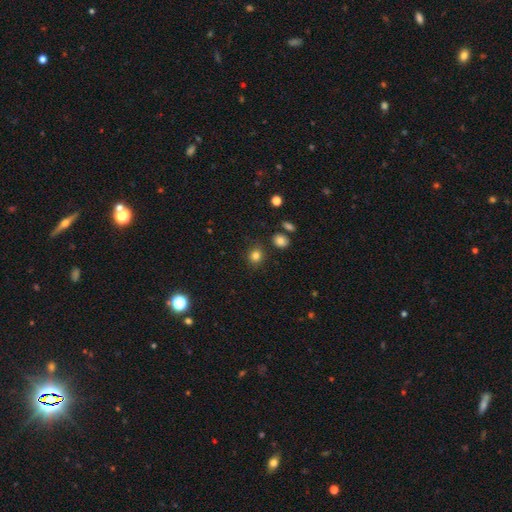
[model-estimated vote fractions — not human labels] The model was most divided on "how rounded": round: 80%, in between: 19%, cigar-shaped: 1%. More confident: merging — none (83%); smooth or featured — smooth (82%).